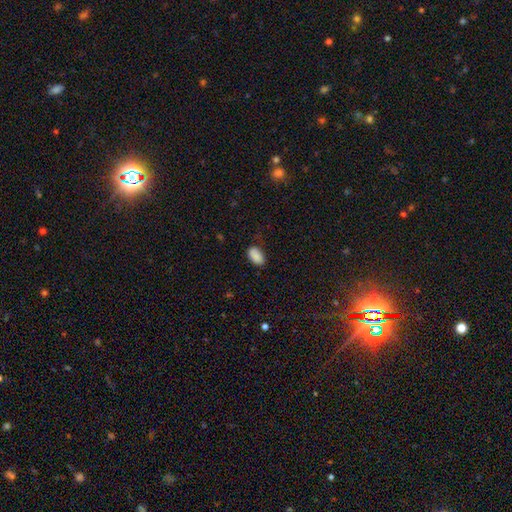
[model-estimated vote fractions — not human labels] Smooth or featured? Predicted: smooth (p=0.89). How rounded? Predicted: in between (p=0.93). Merging? Predicted: none (p=0.80).